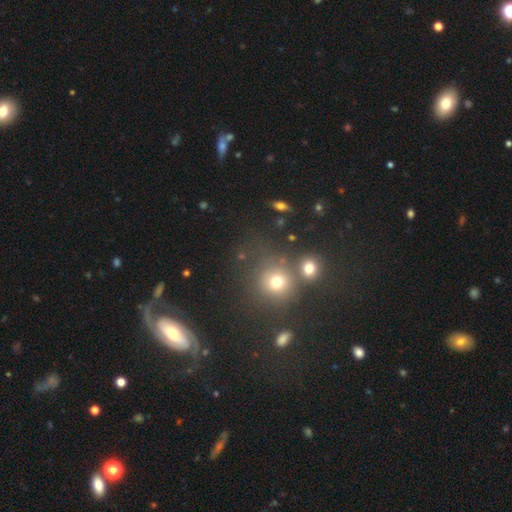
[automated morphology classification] type=smooth (53%); roundness=round (83%); merging=none (65%).